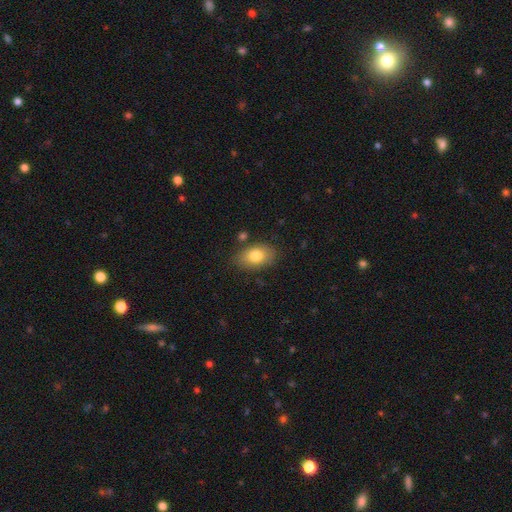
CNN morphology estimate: Overall: smooth (80%). How rounded: in between (87%). Merging: none (78%).